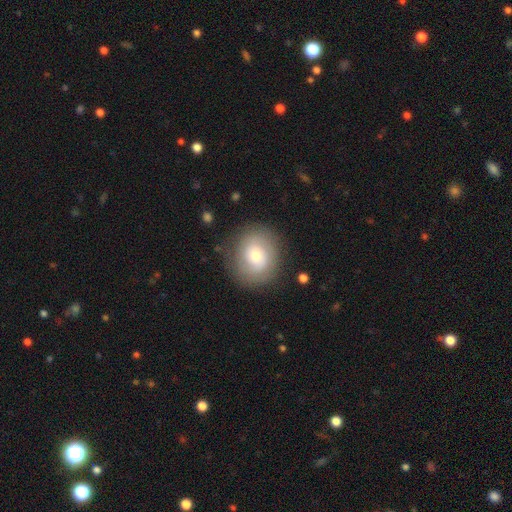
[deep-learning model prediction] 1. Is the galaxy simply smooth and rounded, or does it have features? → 60% smooth, 32% featured or disk, 9% star or artifact.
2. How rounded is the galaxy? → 78% round, 21% in between, 1% cigar-shaped.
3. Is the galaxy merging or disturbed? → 82% none, 11% minor disturbance, 5% major disturbance, 1% merger.